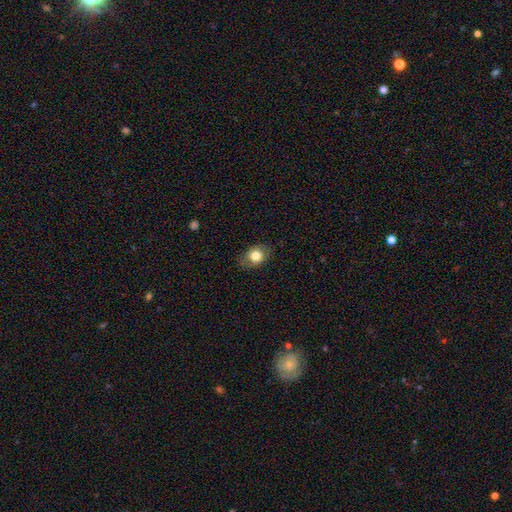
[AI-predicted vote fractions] smooth-or-featured: smooth: 78% | featured or disk: 13% | star or artifact: 9%
  how-rounded: in between: 59% | round: 40% | cigar-shaped: 1%
  merging: none: 81% | minor disturbance: 14% | major disturbance: 4% | merger: 1%